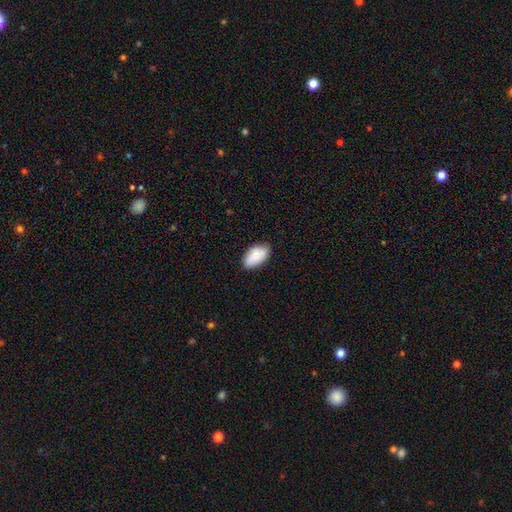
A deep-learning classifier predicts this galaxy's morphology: type=smooth (77%); roundness=in between (93%); merging=none (76%).